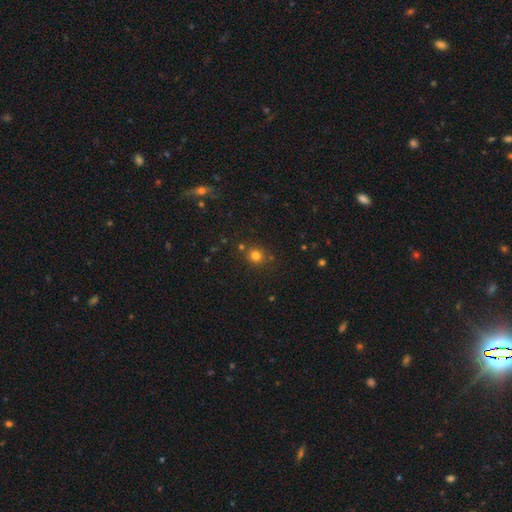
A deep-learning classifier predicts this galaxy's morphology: A smooth galaxy with no disk features (77%) that is round (86%).

Vote fractions:
- Smooth or featured? smooth: 77% / star or artifact: 17% / featured or disk: 6%
- How rounded? round: 86% / in between: 13% / cigar-shaped: 1%
- Merging? none: 81% / minor disturbance: 9% / merger: 7% / major disturbance: 3%